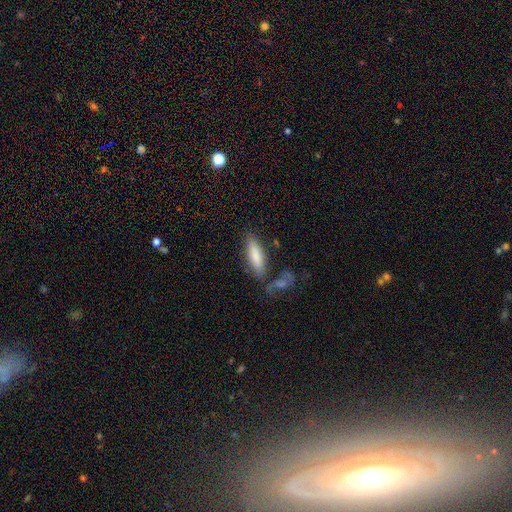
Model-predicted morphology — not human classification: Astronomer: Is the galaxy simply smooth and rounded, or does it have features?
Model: smooth — 79%.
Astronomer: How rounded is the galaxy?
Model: cigar-shaped — 57% (runner-up: in between, 41%).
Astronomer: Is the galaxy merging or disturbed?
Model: none — 71%.